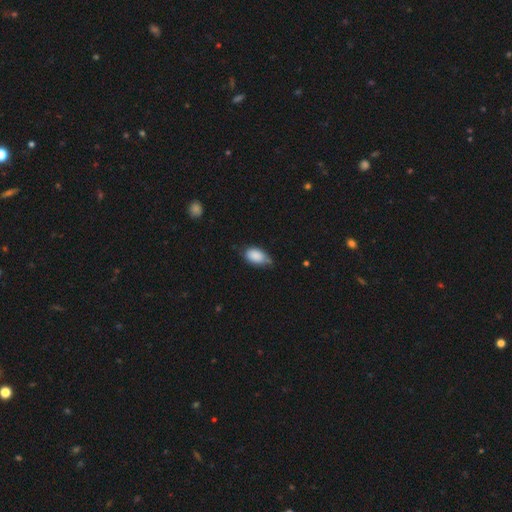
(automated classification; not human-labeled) Smooth or featured: smooth — 86% (star or artifact — 7%)
How rounded: in between — 91% (round — 6%)
Merging: none — 48% (minor disturbance — 42%)